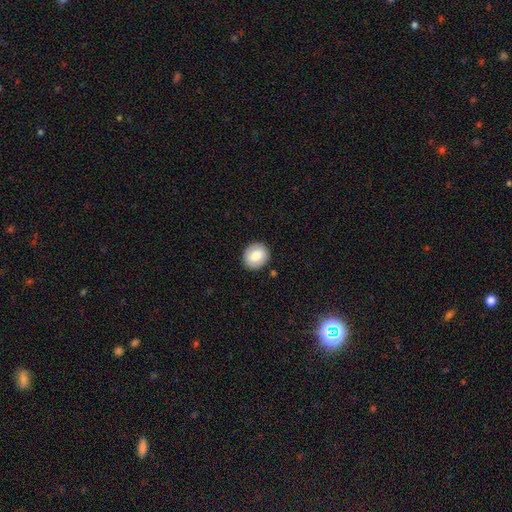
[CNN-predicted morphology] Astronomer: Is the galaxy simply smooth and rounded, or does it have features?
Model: smooth — 80%.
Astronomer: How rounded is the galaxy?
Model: round — 80%.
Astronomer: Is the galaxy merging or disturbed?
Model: none — 90%.